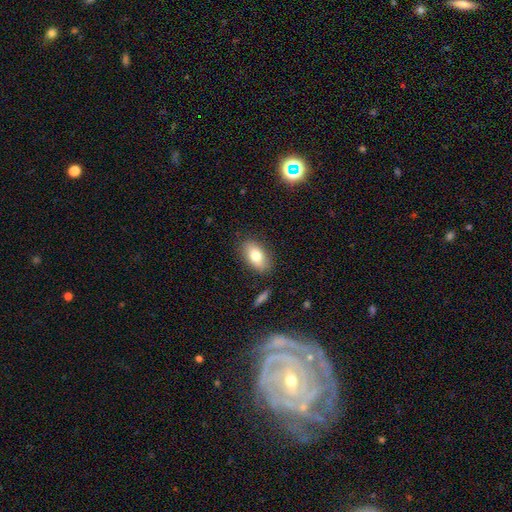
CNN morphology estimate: smooth 76%, featured or disk 16%, star or artifact 8%. Down the decision tree: how rounded — in between (90%); merging — none (84%).